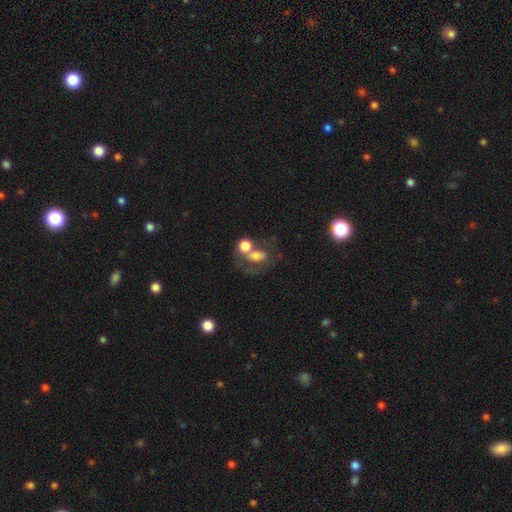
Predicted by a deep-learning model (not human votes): Smooth or featured: smooth — 49% (featured or disk — 39%)
Merging: merger — 50% (none — 25%)